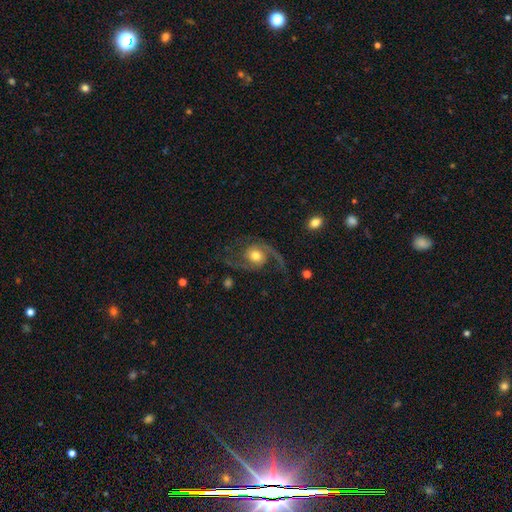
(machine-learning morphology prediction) featured or disk 84%, smooth 9%, star or artifact 6%. Down the decision tree: edge-on disk — no (98%); bar — no (70%); spiral arms — yes (96%); spiral arm count — 2 (89%); spiral winding — loose (58%); bulge size — moderate (65%); merging — none (65%).